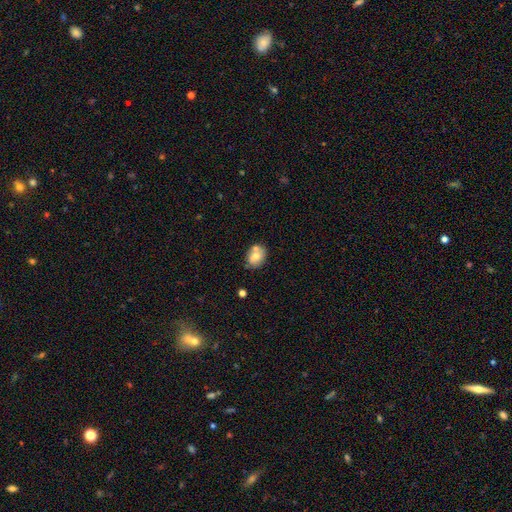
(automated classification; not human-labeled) smooth_or_featured: smooth (p=0.66) [alt: featured or disk p=0.25]
how_rounded: in between (p=0.58) [alt: round p=0.41]
merging: none (p=0.58) [alt: merger p=0.22]